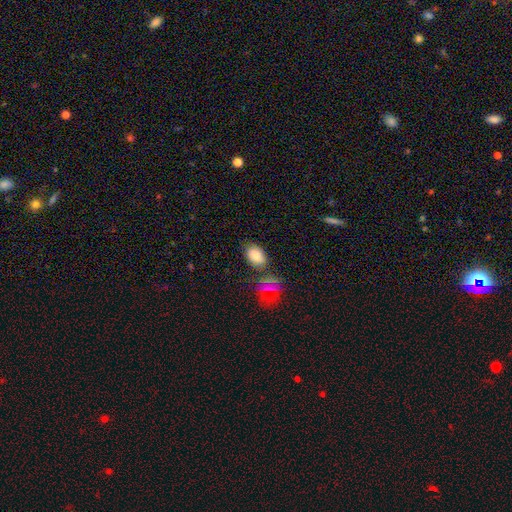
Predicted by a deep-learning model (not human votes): The model was most divided on "merging": none: 72%, minor disturbance: 16%, merger: 8%, major disturbance: 5%. More confident: how rounded — in between (85%); smooth or featured — smooth (82%).